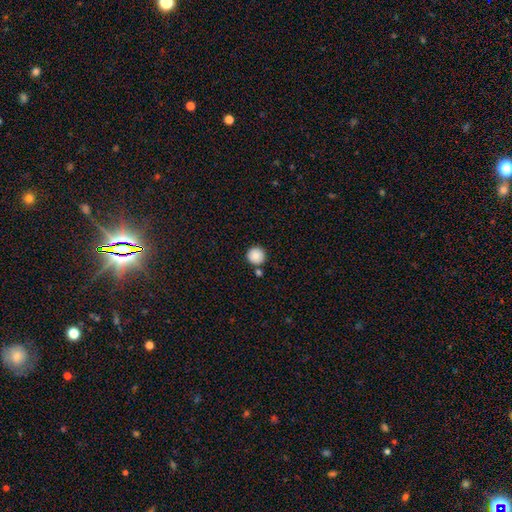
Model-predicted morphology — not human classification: The model was most divided on "merging": none: 84%, merger: 8%, minor disturbance: 7%, major disturbance: 2%. More confident: how rounded — round (96%); smooth or featured — smooth (85%).